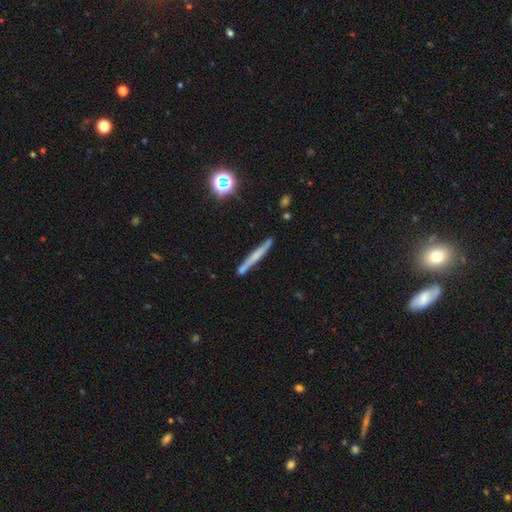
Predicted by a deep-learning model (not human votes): smooth-or-featured: smooth: 47% | featured or disk: 44% | star or artifact: 10%
  merging: none: 79% | minor disturbance: 12% | merger: 6% | major disturbance: 3%